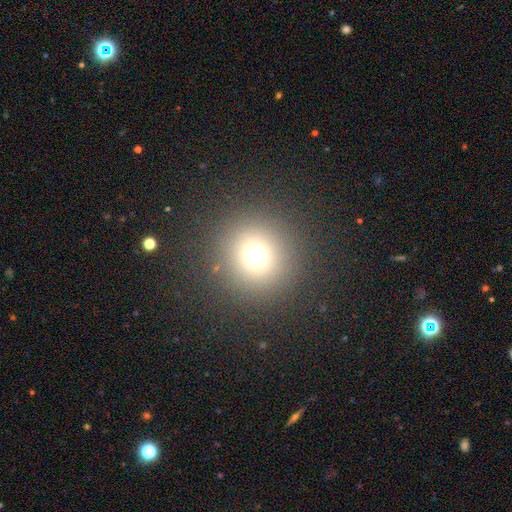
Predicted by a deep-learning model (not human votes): This appears to be a smooth galaxy with no disk features (68%) that is round (95%). Merging: none (88%).